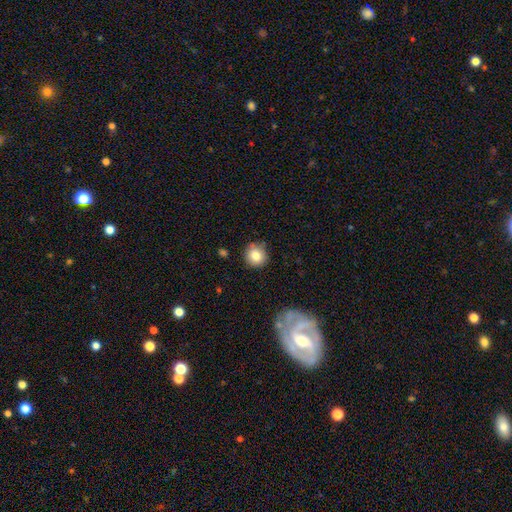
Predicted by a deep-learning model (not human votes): A smooth galaxy with no disk features (82%) that is round (92%).

Vote fractions:
- Smooth or featured? smooth: 82% / star or artifact: 9% / featured or disk: 9%
- How rounded? round: 92% / in between: 7% / cigar-shaped: 1%
- Merging? none: 80% / minor disturbance: 14% / major disturbance: 3% / merger: 3%